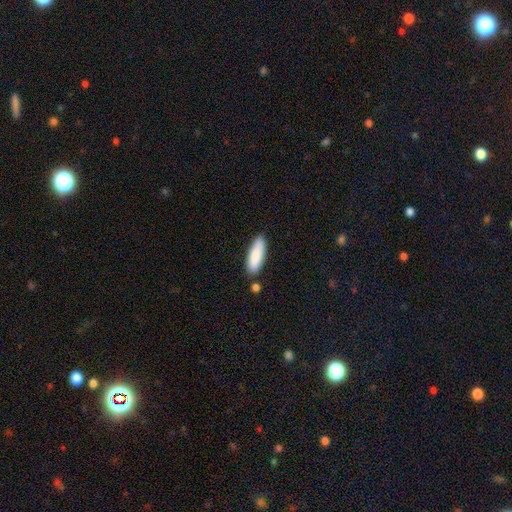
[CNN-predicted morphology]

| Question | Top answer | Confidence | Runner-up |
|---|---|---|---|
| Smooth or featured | smooth | 87% | featured or disk (8%) |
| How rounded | in between | 54% | cigar-shaped (44%) |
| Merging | none | 81% | minor disturbance (12%) |